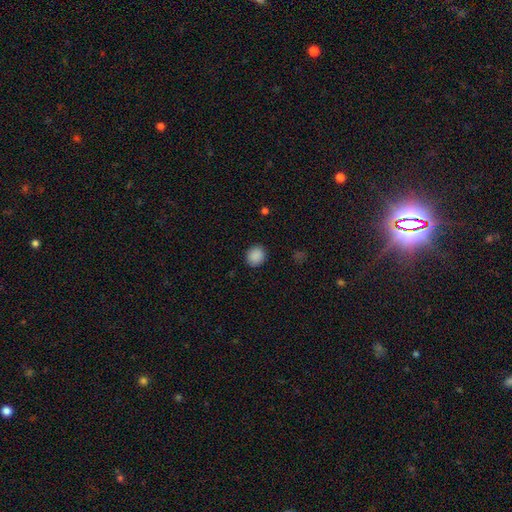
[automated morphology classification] type=smooth (89%); roundness=round (76%); merging=none (89%).